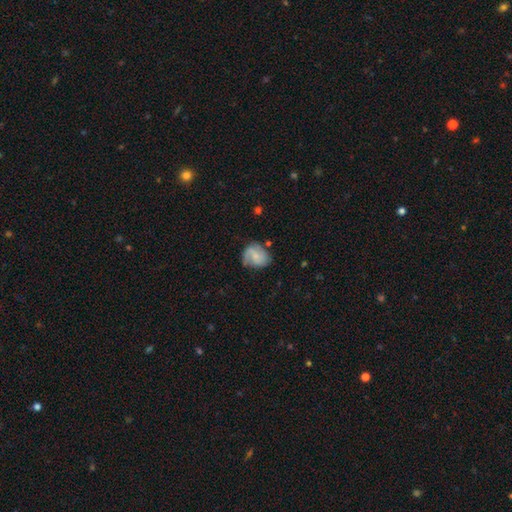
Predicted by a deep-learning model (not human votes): The model was most divided on "smooth or featured": featured or disk: 49%, smooth: 43%, star or artifact: 8%. More confident: merging — none (54%).